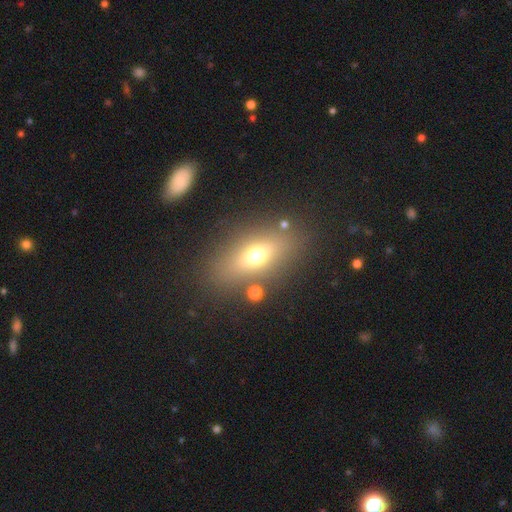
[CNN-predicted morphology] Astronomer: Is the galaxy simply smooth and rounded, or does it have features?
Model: smooth — 62%.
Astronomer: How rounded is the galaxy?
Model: in between — 72%.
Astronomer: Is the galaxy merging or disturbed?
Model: none — 79%.